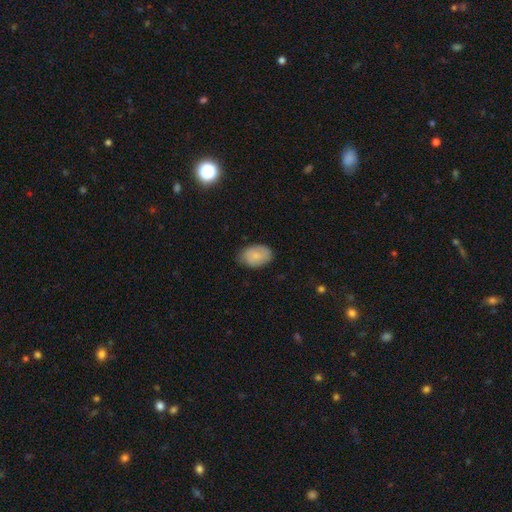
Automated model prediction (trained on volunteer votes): Overall: smooth (78%). How rounded: in between (86%). Merging: none (72%).